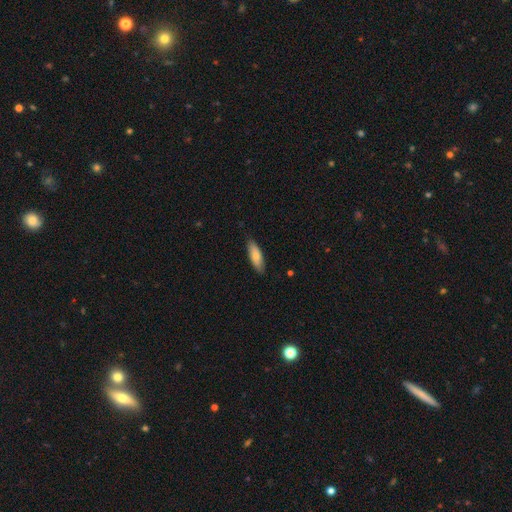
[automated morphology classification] A smooth galaxy with no disk features (76%) that is in between round and cigar-shaped (62%).

Vote fractions:
- Smooth or featured? smooth: 76% / featured or disk: 18% / star or artifact: 6%
- How rounded? in between: 62% / cigar-shaped: 36% / round: 2%
- Merging? none: 84% / minor disturbance: 13% / major disturbance: 2% / merger: 1%